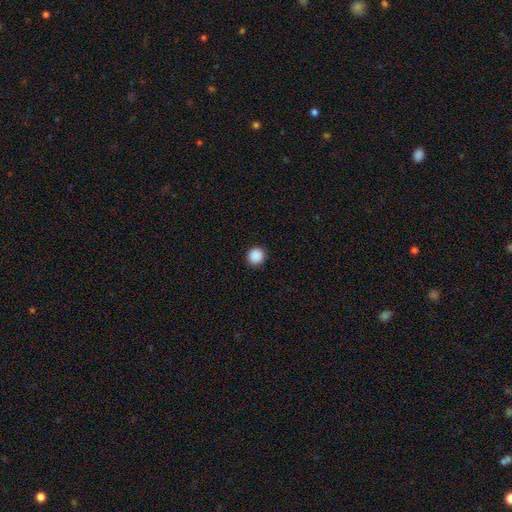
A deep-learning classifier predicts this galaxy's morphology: Smooth or featured? Predicted: smooth (p=0.89). How rounded? Predicted: round (p=0.94). Merging? Predicted: none (p=0.93).